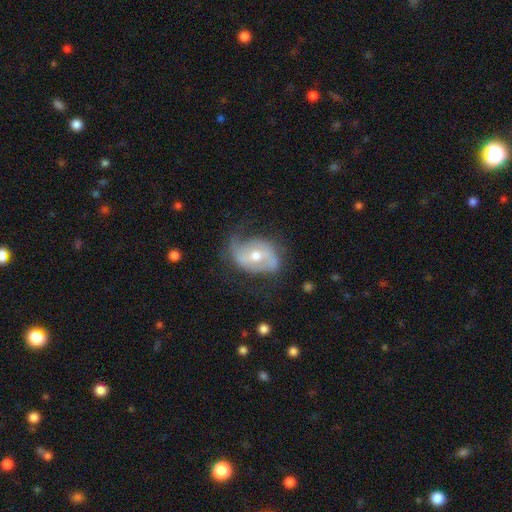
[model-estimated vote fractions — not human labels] The model was most divided on "spiral winding": loose: 41%, medium: 39%, tight: 20%. Remaining: edge-on disk — no (96%); spiral arms — yes (84%); smooth or featured — featured or disk (75%); spiral arm count — 2 (71%); bulge size — moderate (67%); merging — none (55%); bar — weak (42%).